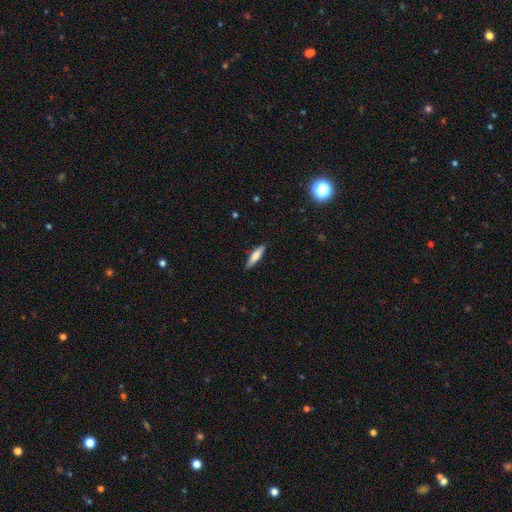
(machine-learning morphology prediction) smooth_or_featured: smooth (p=0.69) [alt: featured or disk p=0.25]
how_rounded: cigar-shaped (p=0.76) [alt: in between p=0.22]
merging: none (p=0.89) [alt: minor disturbance p=0.08]